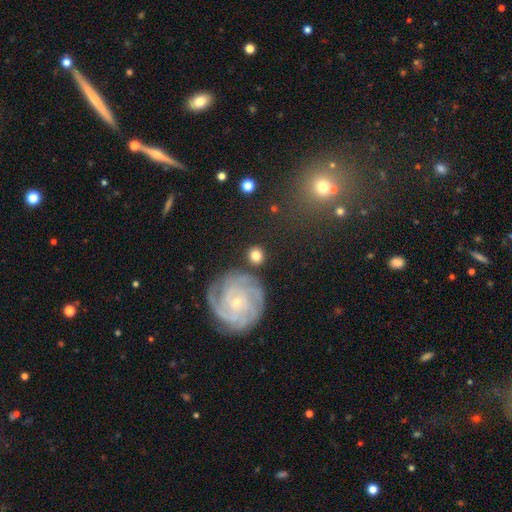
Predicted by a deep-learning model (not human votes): Smooth or featured: smooth — 60% (featured or disk — 31%)
How rounded: round — 83% (in between — 16%)
Merging: none — 83% (minor disturbance — 9%)